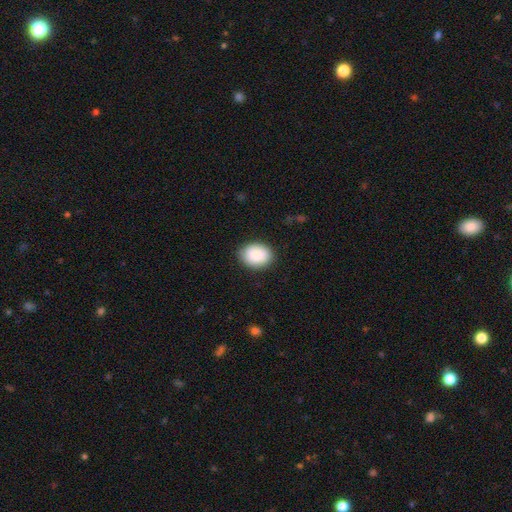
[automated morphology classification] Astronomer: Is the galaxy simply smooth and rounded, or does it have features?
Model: smooth — 88%.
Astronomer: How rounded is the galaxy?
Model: in between — 67%.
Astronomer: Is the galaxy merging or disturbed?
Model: none — 86%.